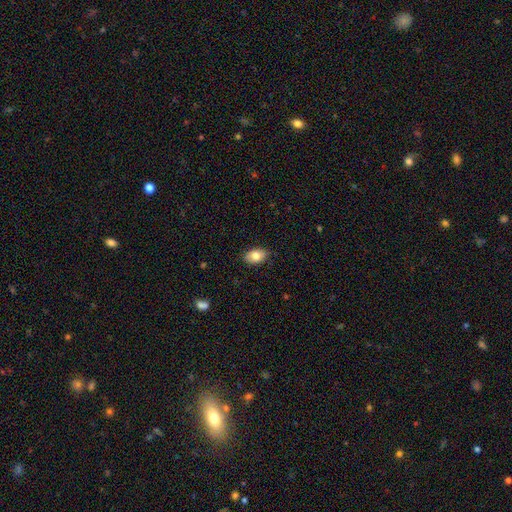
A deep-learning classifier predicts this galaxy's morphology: The model was most divided on "smooth or featured": smooth: 81%, featured or disk: 12%, star or artifact: 7%. More confident: how rounded — in between (90%); merging — none (86%).